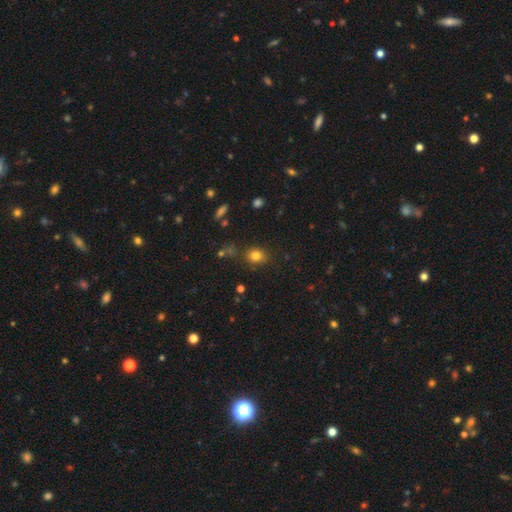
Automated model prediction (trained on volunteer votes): A smooth galaxy with no disk features (80%) that is round (64%).

Vote fractions:
- Smooth or featured? smooth: 80% / star or artifact: 14% / featured or disk: 7%
- How rounded? round: 64% / in between: 35% / cigar-shaped: 1%
- Merging? none: 80% / minor disturbance: 12% / merger: 4% / major disturbance: 4%